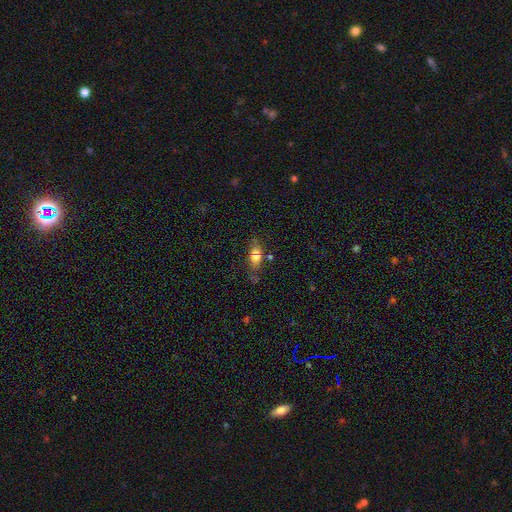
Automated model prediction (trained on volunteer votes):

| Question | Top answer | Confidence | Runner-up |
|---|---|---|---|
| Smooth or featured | smooth | 72% | featured or disk (17%) |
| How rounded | in between | 77% | cigar-shaped (16%) |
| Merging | none | 62% | minor disturbance (21%) |